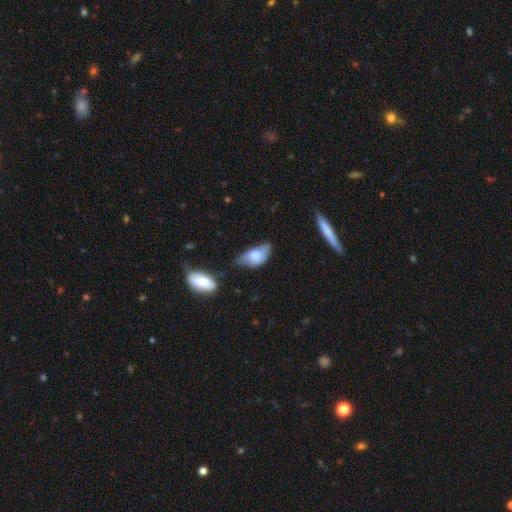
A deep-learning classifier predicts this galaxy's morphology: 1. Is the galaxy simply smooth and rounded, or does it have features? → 69% smooth, 24% featured or disk, 7% star or artifact.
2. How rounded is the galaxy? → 91% in between, 5% round, 4% cigar-shaped.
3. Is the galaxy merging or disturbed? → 45% minor disturbance, 29% none, 19% major disturbance, 7% merger.